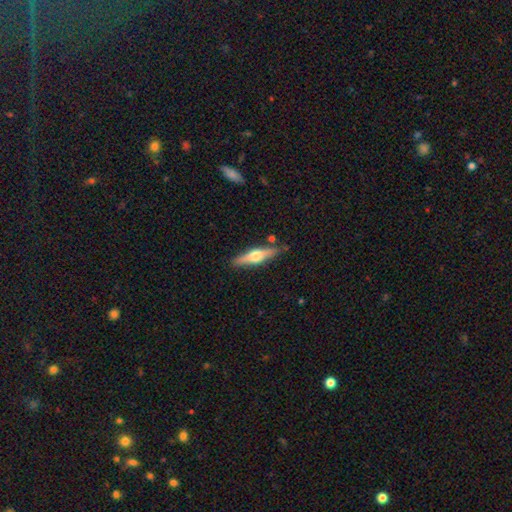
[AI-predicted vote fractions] Q: Smooth or featured?
A: featured or disk (58%); runner-up: smooth (37%)
Q: Edge-on disk?
A: yes (95%); runner-up: no (5%)
Q: Edge-on bulge?
A: rounded (93%); runner-up: boxy (4%)
Q: Merging?
A: none (83%); runner-up: minor disturbance (12%)